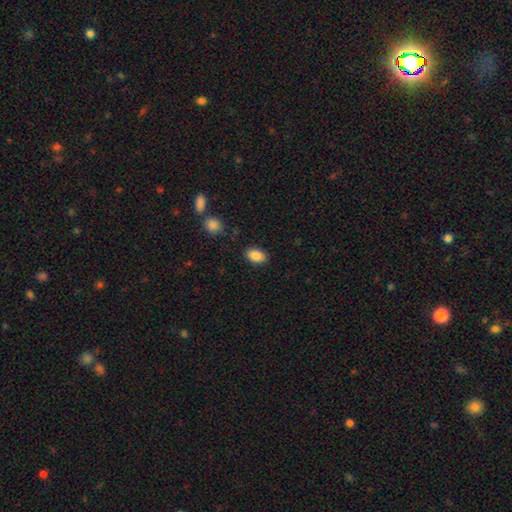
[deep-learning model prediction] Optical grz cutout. It shows a smooth galaxy with no disk features (87%) that is in between round and cigar-shaped (88%). Merging: none (86%).